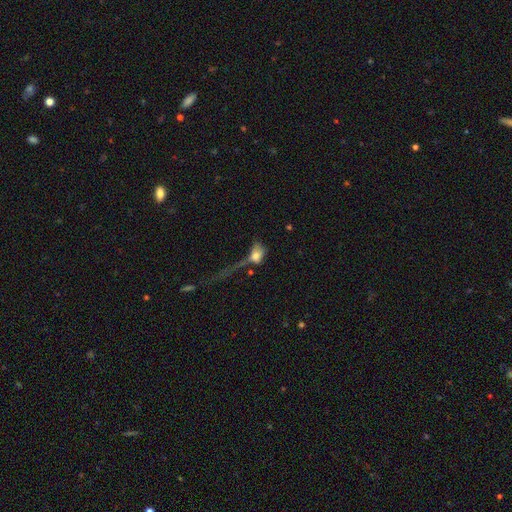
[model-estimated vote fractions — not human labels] This is likely a smooth galaxy (60%). How rounded: likely in between (69%). Merging: possibly major disturbance (57%).